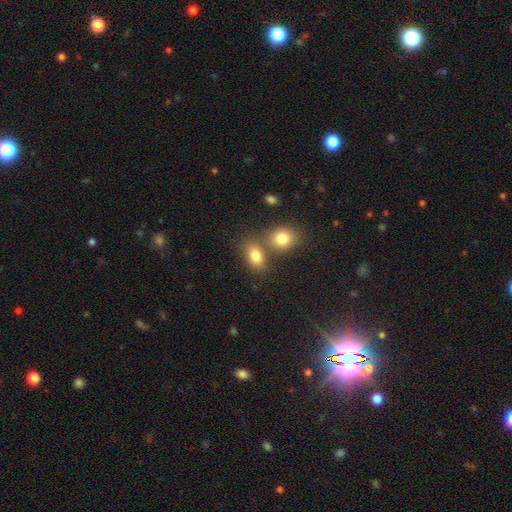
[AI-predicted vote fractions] This appears to be a smooth galaxy with no disk features (81%) that is in between round and cigar-shaped (78%). Merging: none (51%).